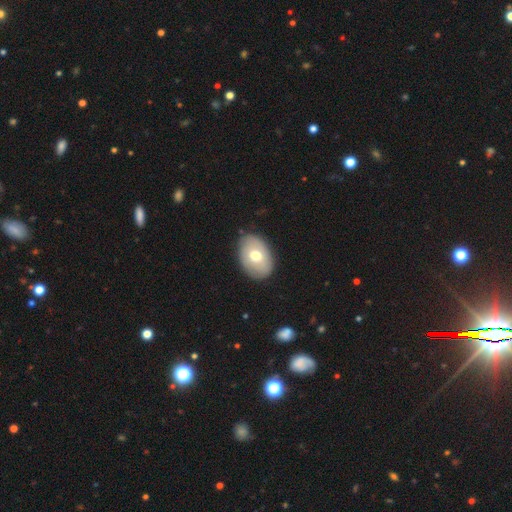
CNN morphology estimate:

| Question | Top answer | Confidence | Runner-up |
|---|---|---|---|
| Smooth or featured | smooth | 64% | featured or disk (30%) |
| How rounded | in between | 83% | round (16%) |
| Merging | none | 85% | minor disturbance (11%) |